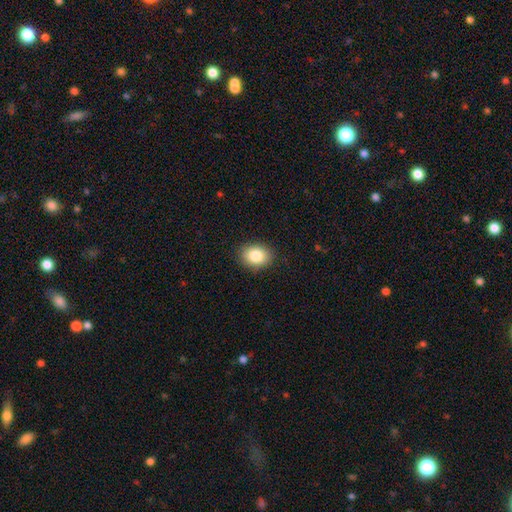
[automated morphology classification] Smooth or featured?
  - smooth: 85% *
  - star or artifact: 8%
  - featured or disk: 7%
How rounded?
  - in between: 65% *
  - round: 34%
  - cigar-shaped: 1%
Merging?
  - none: 88% *
  - minor disturbance: 9%
  - major disturbance: 2%
  - merger: 1%